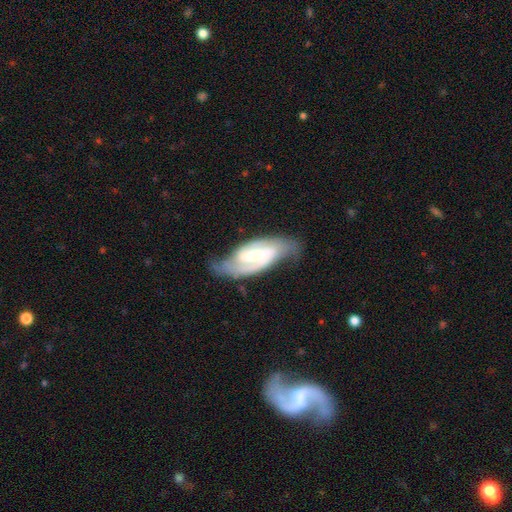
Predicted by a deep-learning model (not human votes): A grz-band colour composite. It shows a featured or disk galaxy (88%) with a weak bar (47%), 2 (87%) medium (51%) spiral arms (97%) and a small central bulge (50%). Merging: none (69%).